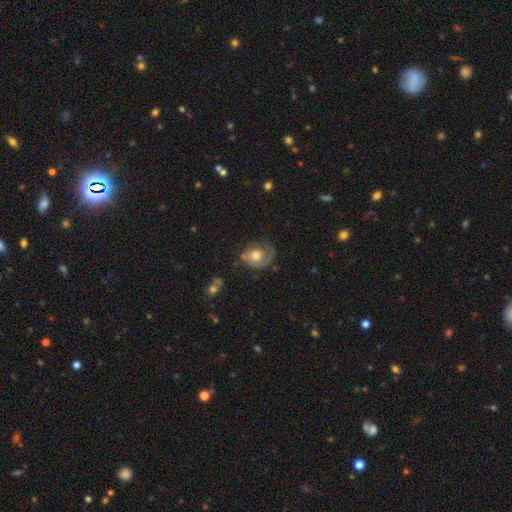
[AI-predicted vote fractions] Q: Smooth or featured?
A: smooth (48%); runner-up: featured or disk (44%)
Q: Merging?
A: none (50%); runner-up: minor disturbance (27%)